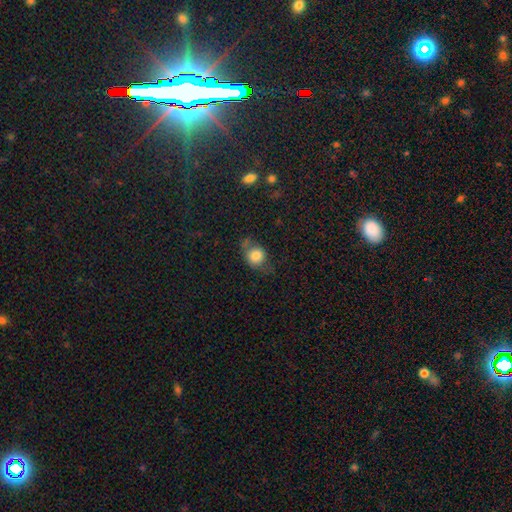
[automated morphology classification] type=smooth (73%); roundness=round (63%); merging=none (53%).